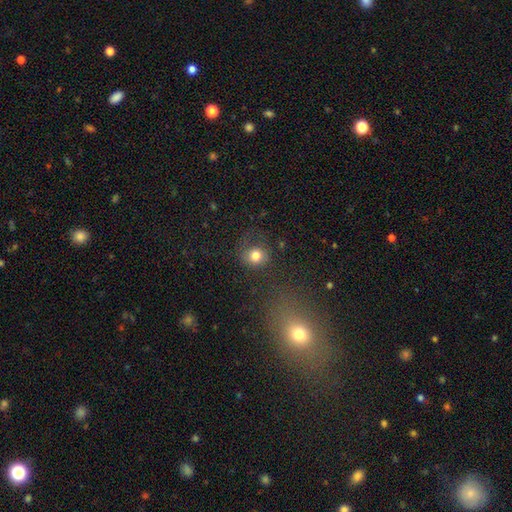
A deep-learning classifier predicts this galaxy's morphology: Smooth or featured?
  - smooth: 78% *
  - star or artifact: 12%
  - featured or disk: 10%
How rounded?
  - round: 76% *
  - in between: 23%
  - cigar-shaped: 1%
Merging?
  - none: 67% *
  - minor disturbance: 18%
  - major disturbance: 11%
  - merger: 3%